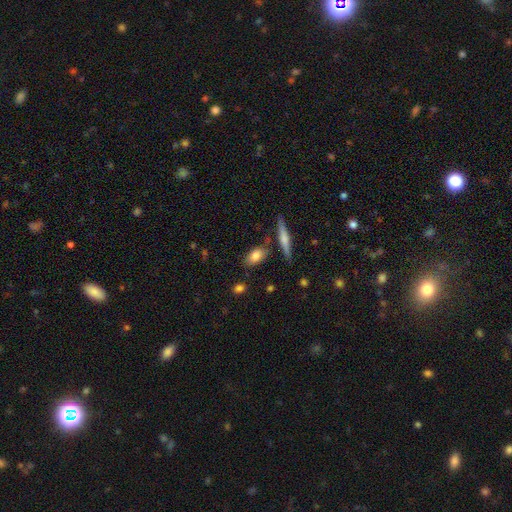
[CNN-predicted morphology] The model was most divided on "smooth or featured": smooth: 78%, featured or disk: 15%, star or artifact: 7%. More confident: how rounded — in between (83%); merging — none (77%).